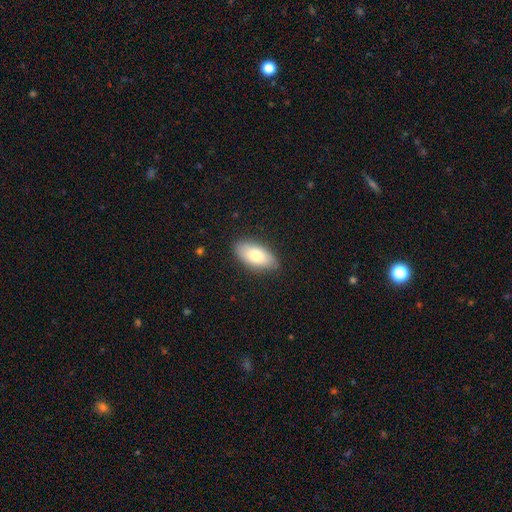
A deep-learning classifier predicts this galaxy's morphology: This appears to be a smooth galaxy with no disk features (79%) that is in between round and cigar-shaped (91%). Merging: none (85%).